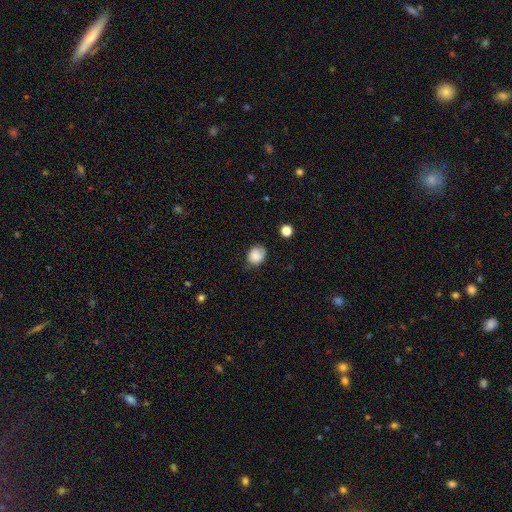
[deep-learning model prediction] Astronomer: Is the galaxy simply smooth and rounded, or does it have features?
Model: smooth — 82%.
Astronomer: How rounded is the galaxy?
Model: round — 56% (runner-up: in between, 43%).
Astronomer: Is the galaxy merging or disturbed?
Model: none — 62%.